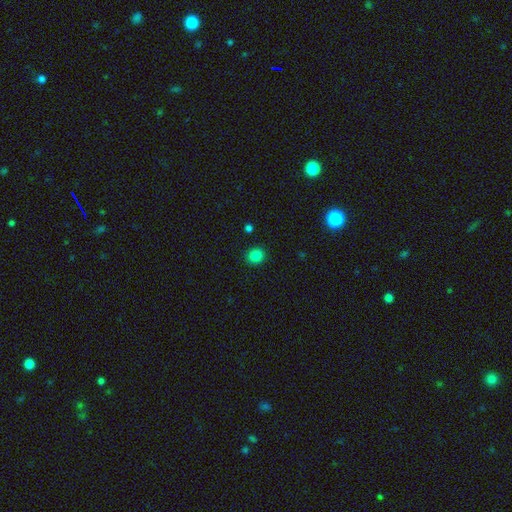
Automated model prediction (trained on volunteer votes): Smooth or featured? Predicted: smooth (p=0.84). How rounded? Predicted: round (p=0.82). Merging? Predicted: none (p=0.91).